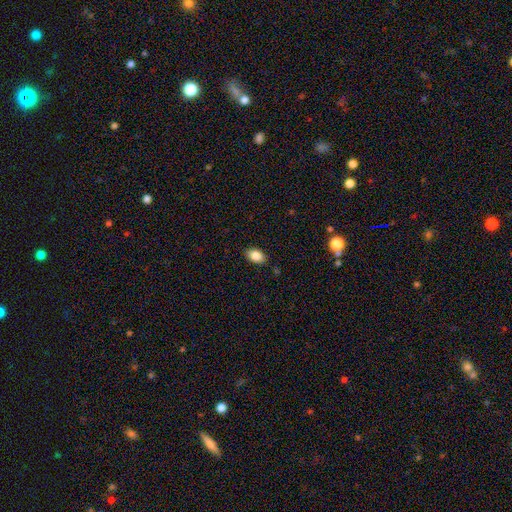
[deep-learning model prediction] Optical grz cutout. It shows a smooth galaxy with no disk features (85%) that is in between round and cigar-shaped (86%). Merging: none (87%).